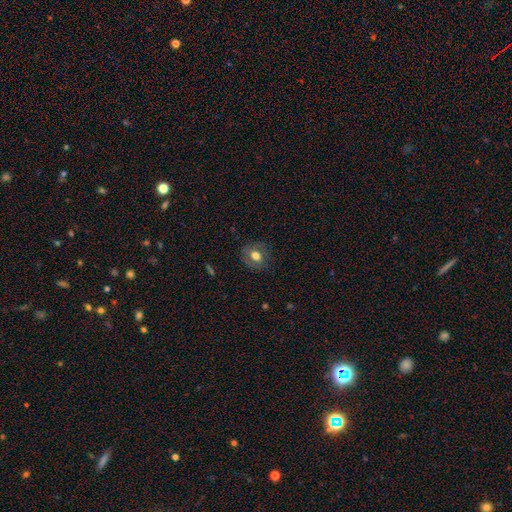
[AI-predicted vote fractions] Smooth or featured?
  - smooth: 62% *
  - featured or disk: 28%
  - star or artifact: 10%
How rounded?
  - round: 65% *
  - in between: 34%
  - cigar-shaped: 1%
Merging?
  - none: 77% *
  - minor disturbance: 16%
  - major disturbance: 6%
  - merger: 1%